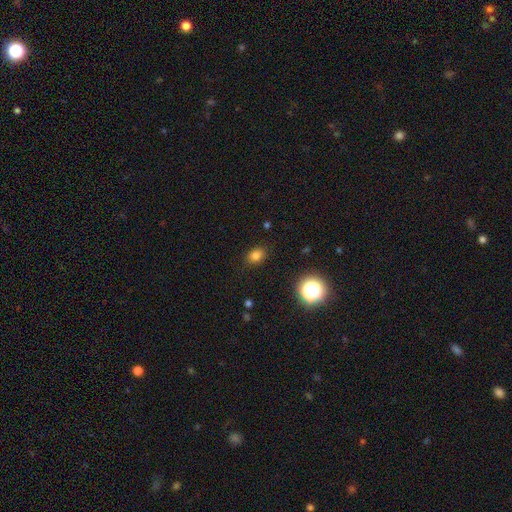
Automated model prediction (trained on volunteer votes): This is likely a smooth galaxy (77%). How rounded: possibly in between (57%). Merging: clearly none (86%).